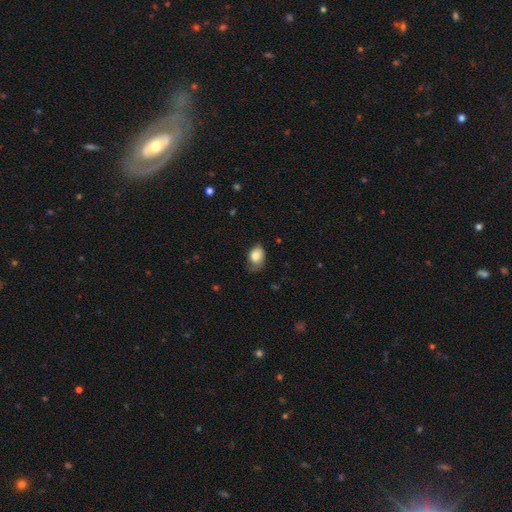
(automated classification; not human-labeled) This appears to be a smooth galaxy with no disk features (79%) that is in between round and cigar-shaped (79%). Merging: none (51%).